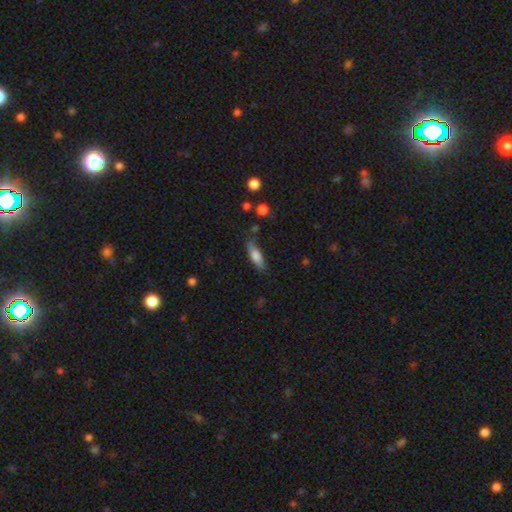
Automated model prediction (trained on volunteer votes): The model was most divided on "how rounded": cigar-shaped: 51%, in between: 47%, round: 2%. More confident: smooth or featured — smooth (74%); merging — none (74%).